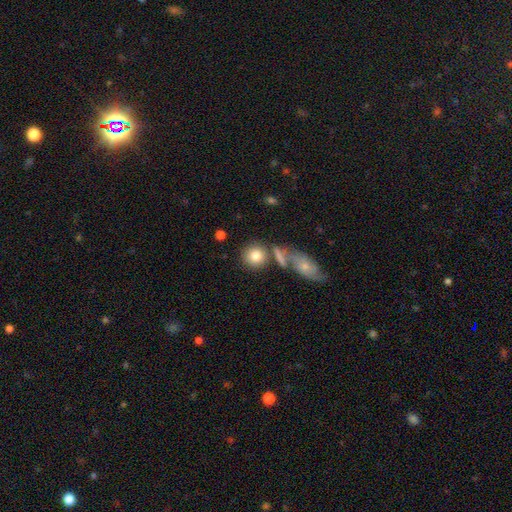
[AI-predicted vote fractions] Smooth or featured? Predicted: smooth (p=0.79). How rounded? Predicted: round (p=0.84). Merging? Predicted: none (p=0.65).